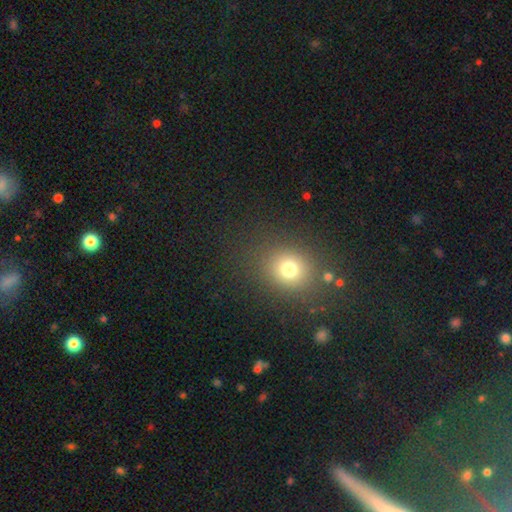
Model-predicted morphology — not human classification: smooth 59%, star or artifact 33%, featured or disk 8%. Down the decision tree: how rounded — round (78%); merging — none (86%).